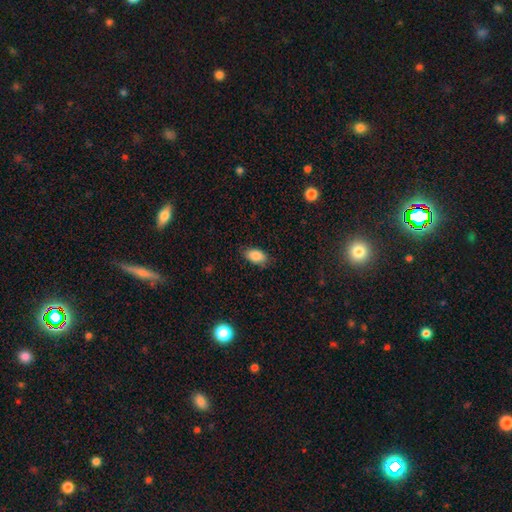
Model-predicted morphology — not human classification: A smooth galaxy with no disk features (86%) that is in between round and cigar-shaped (91%). Merging: none (80%).